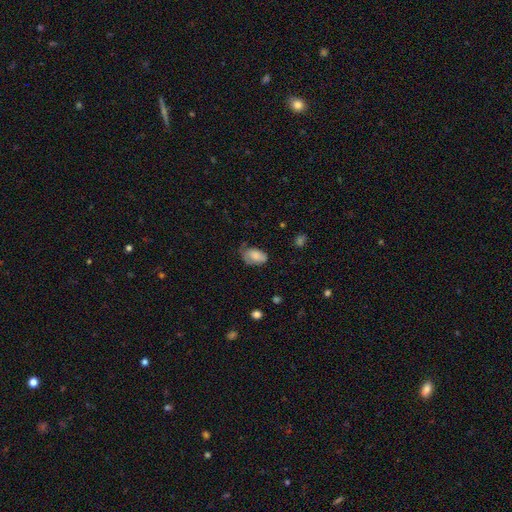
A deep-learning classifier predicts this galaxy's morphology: Overall: smooth (75%). How rounded: in between (91%). Merging: none (47%; minor disturbance 35%).